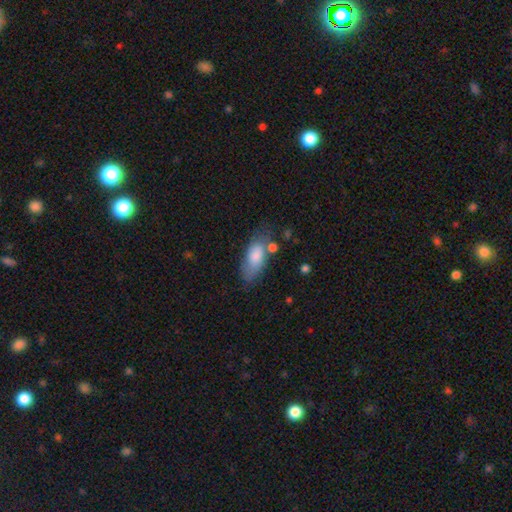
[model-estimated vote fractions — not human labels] Q: Smooth or featured?
A: smooth (77%); runner-up: featured or disk (17%)
Q: How rounded?
A: in between (84%); runner-up: cigar-shaped (13%)
Q: Merging?
A: none (56%); runner-up: minor disturbance (26%)